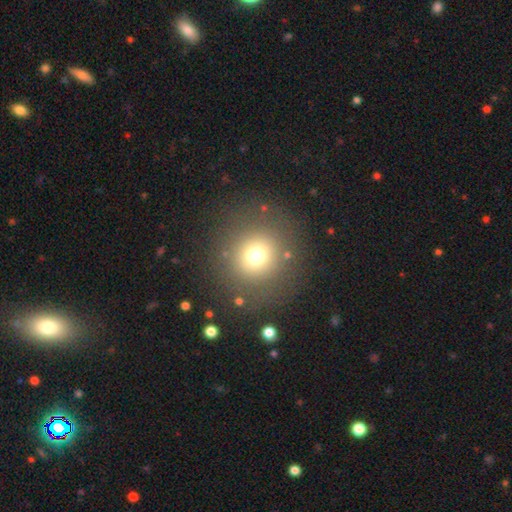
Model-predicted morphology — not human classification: Q: Smooth or featured?
A: smooth (71%); runner-up: star or artifact (19%)
Q: How rounded?
A: round (93%); runner-up: in between (6%)
Q: Merging?
A: none (84%); runner-up: minor disturbance (8%)